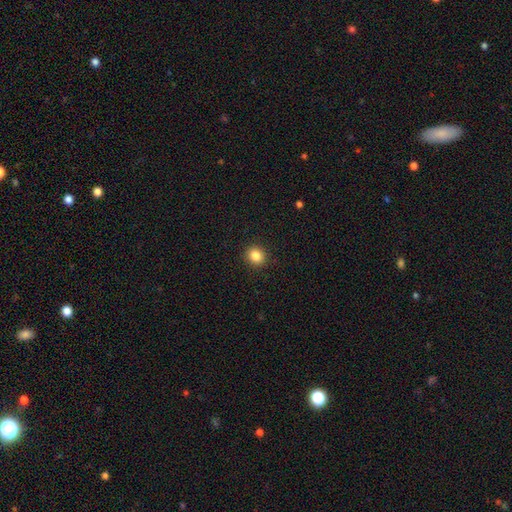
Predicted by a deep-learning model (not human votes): Smooth or featured? Predicted: smooth (p=0.85). How rounded? Predicted: round (p=0.80). Merging? Predicted: none (p=0.92).